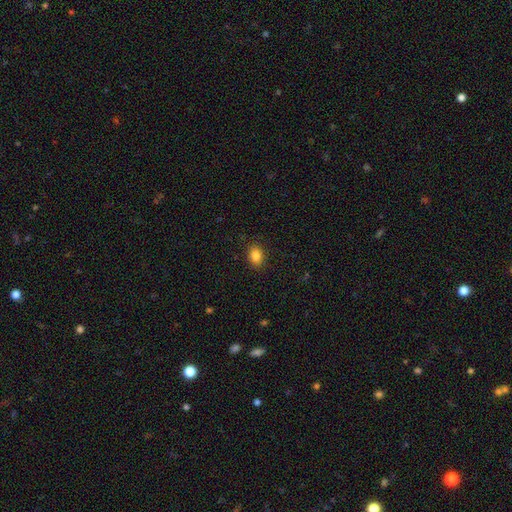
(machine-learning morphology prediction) This is clearly a smooth galaxy (85%). How rounded: likely in between (70%). Merging: clearly none (89%).